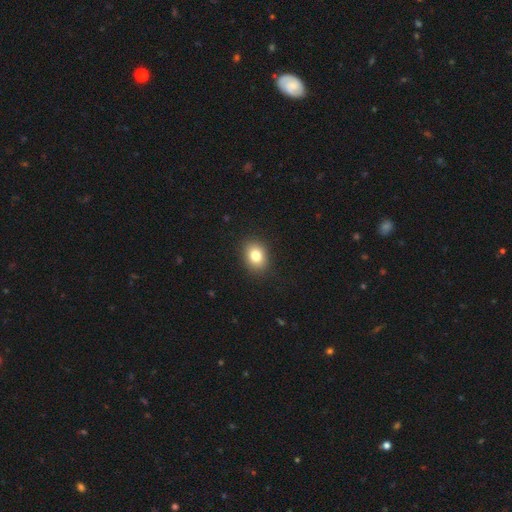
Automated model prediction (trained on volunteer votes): Smooth or featured? smooth (81%)
How rounded? in between (57%)
Merging? none (89%)